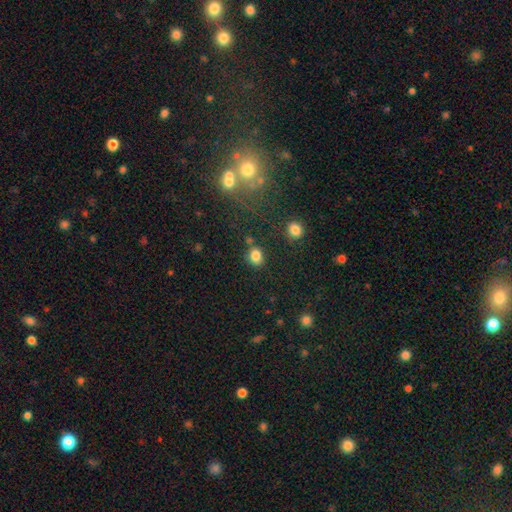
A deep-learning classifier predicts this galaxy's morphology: This appears to be a smooth galaxy with no disk features (83%) that is round (54%). Merging: none (77%).